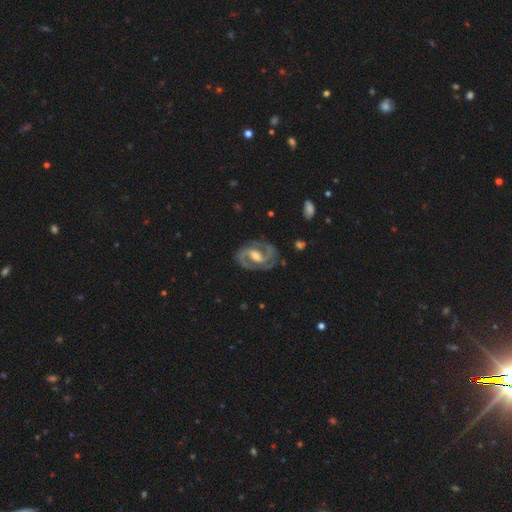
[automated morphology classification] A featured or disk galaxy (90%) with a weak bar (46%), 2 (92%) medium (53%) spiral arms (96%) and a moderate central bulge (67%).

Vote fractions:
- Smooth or featured? featured or disk: 90% / smooth: 6% / star or artifact: 4%
- Edge-on disk? no: 97% / yes: 3%
- Bar? weak: 46% / strong: 35% / no: 20%
- Spiral arms? yes: 96% / no: 4%
- Spiral winding? medium: 53% / tight: 37% / loose: 10%
- Spiral arm count? 2: 92% / can't tell: 3% / 3: 2% / 1: 1% / 4: 1% / more than 4: 1%
- Bulge size? moderate: 67% / small: 17% / large: 13% / none: 2% / dominant: 1%
- Merging? none: 81% / minor disturbance: 14% / major disturbance: 4% / merger: 1%